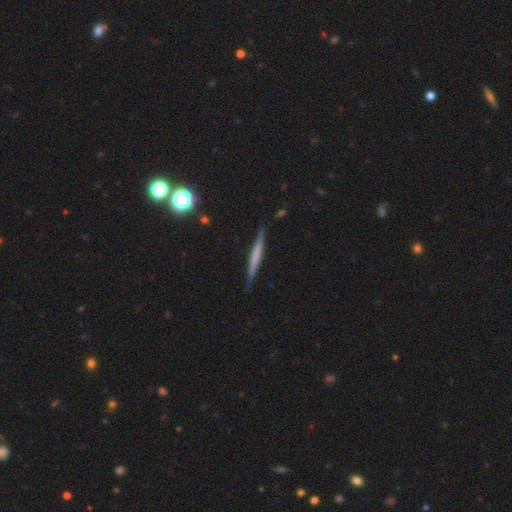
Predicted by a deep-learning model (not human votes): Smooth or featured? Predicted: featured or disk (p=0.53). Edge-on disk? Predicted: yes (p=0.97). Edge-on bulge? Predicted: none (p=0.73). Merging? Predicted: none (p=0.88).